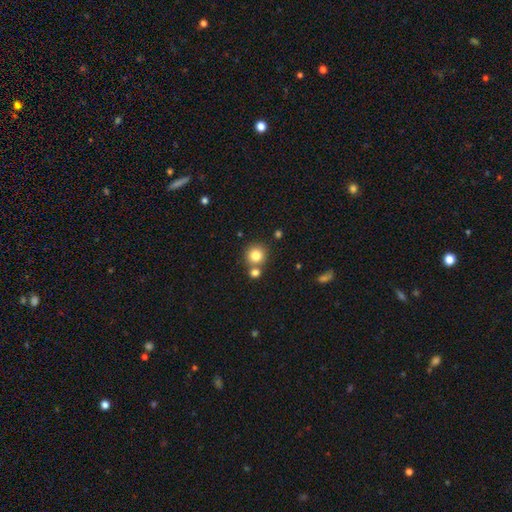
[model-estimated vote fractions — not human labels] Smooth or featured? Predicted: smooth (p=0.82). How rounded? Predicted: round (p=0.92). Merging? Predicted: none (p=0.69).